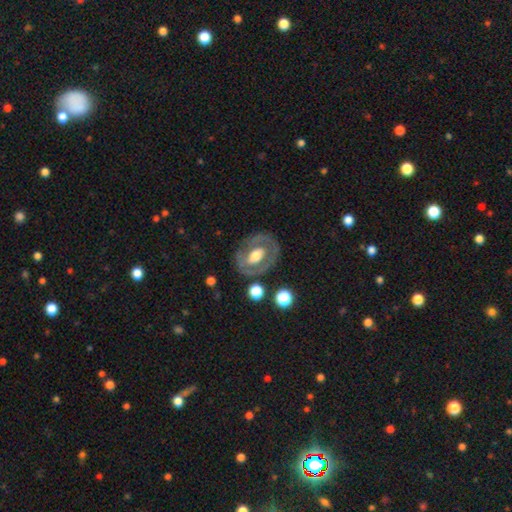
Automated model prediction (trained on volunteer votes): The model was most divided on "bulge size": moderate: 55%, large: 32%, small: 9%, dominant: 2%, none: 2%. More confident: edge-on disk — no (94%); merging — none (71%); spiral arms — no (65%); smooth or featured — featured or disk (65%); bar — no (54%).